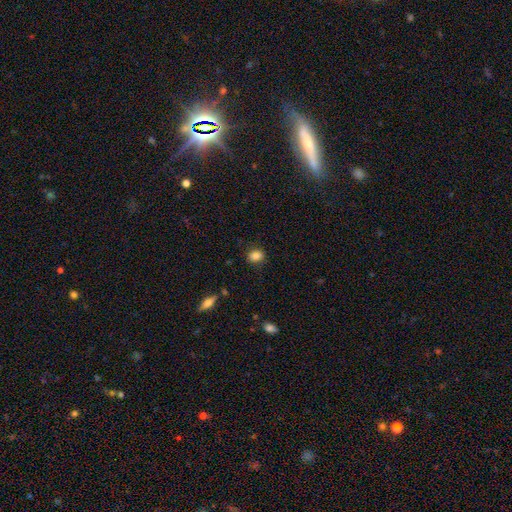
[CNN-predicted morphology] This appears to be a smooth galaxy with no disk features (86%) that is in between round and cigar-shaped (57%). Merging: none (84%).